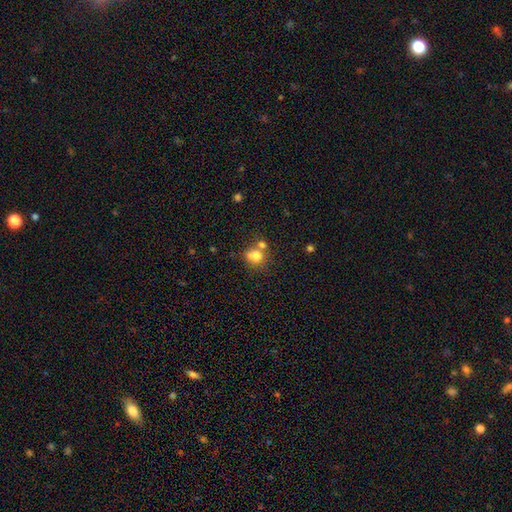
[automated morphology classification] This is likely a smooth galaxy (75%). How rounded: likely round (71%). Merging: marginally merger (44%).